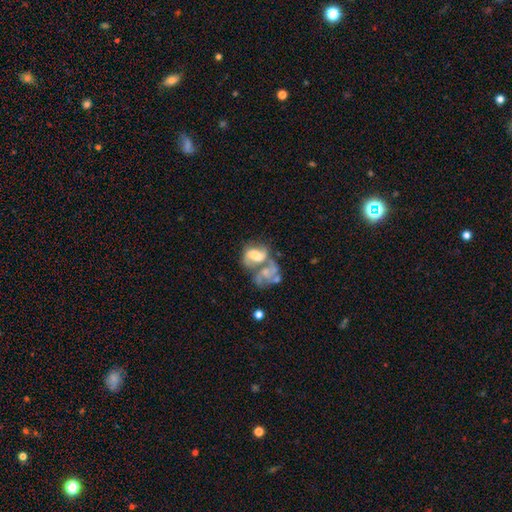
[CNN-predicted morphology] Smooth or featured?
  - featured or disk: 61% *
  - smooth: 29%
  - star or artifact: 10%
Edge-on disk?
  - no: 97% *
  - yes: 3%
Bar?
  - no: 57% *
  - weak: 29%
  - strong: 14%
Spiral arms?
  - yes: 53% *
  - no: 47%
Bulge size?
  - moderate: 34% *
  - none: 27%
  - large: 19%
  - small: 17%
  - dominant: 3%
Merging?
  - merger: 52% *
  - major disturbance: 21%
  - none: 17%
  - minor disturbance: 10%